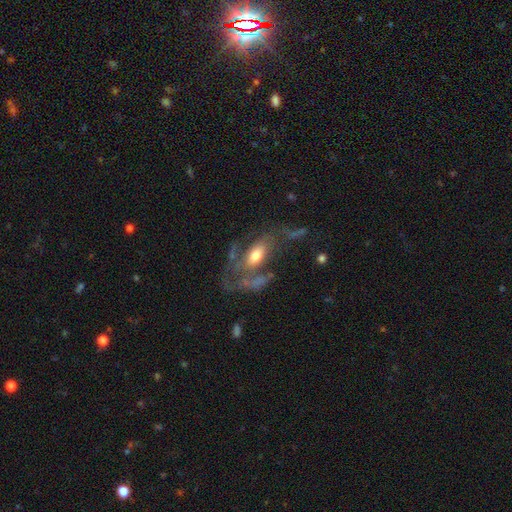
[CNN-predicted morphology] This is likely a featured or disk galaxy (61%). It is clearly not viewed edge-on (90%). Bar: likely no (66%). Spiral arm pattern: possibly yes (54%). Central bulge: likely moderate (62%). Merging: marginally major disturbance (44%).